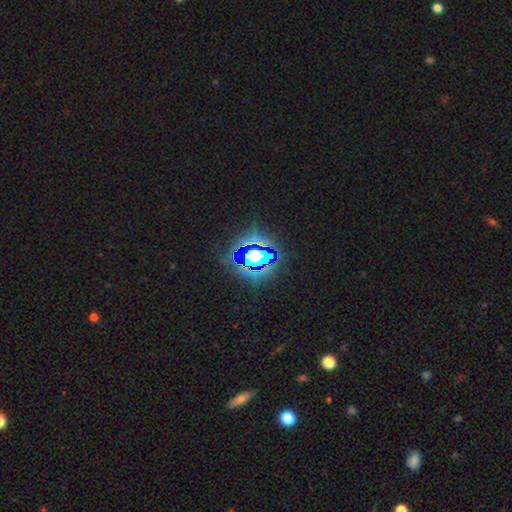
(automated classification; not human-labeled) This appears to be a star or artifact, not a galaxy (65%).